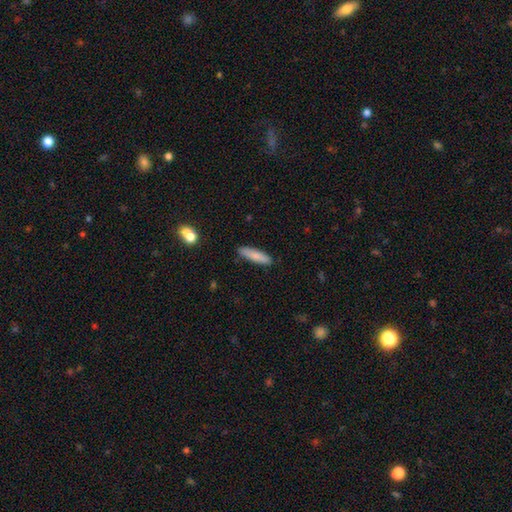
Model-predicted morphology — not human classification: Smooth or featured? smooth (83%)
How rounded? cigar-shaped (75%)
Merging? none (87%)